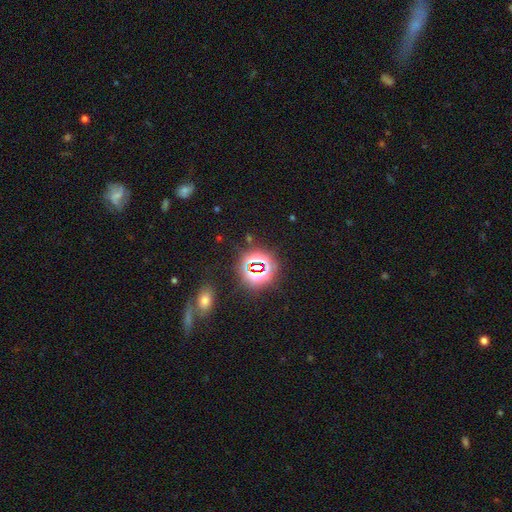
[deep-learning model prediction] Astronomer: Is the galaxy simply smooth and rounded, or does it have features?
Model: star or artifact — 72%.